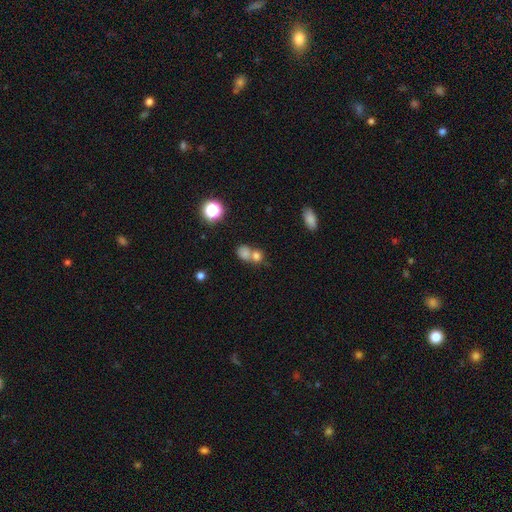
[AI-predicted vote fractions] This is likely a smooth galaxy (75%). How rounded: likely round (69%). Merging: possibly merger (55%).